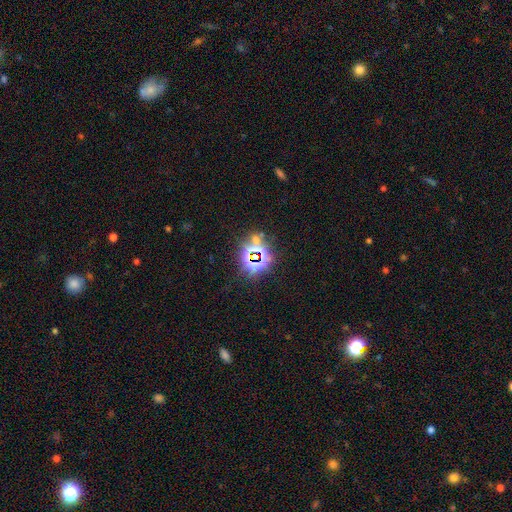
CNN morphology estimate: Smooth or featured: star or artifact — 77% (smooth — 14%)